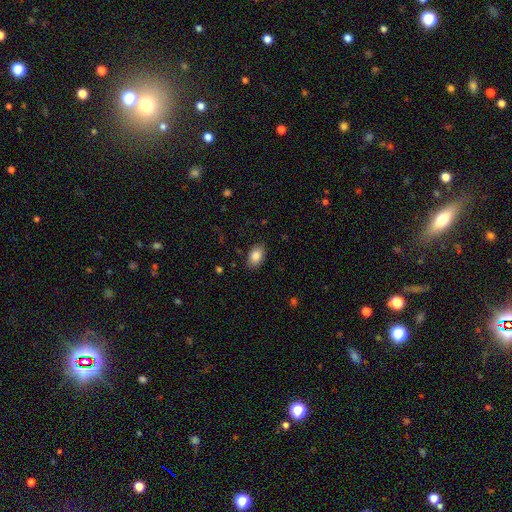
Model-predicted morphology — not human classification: type=smooth (85%); roundness=in between (88%); merging=none (85%).